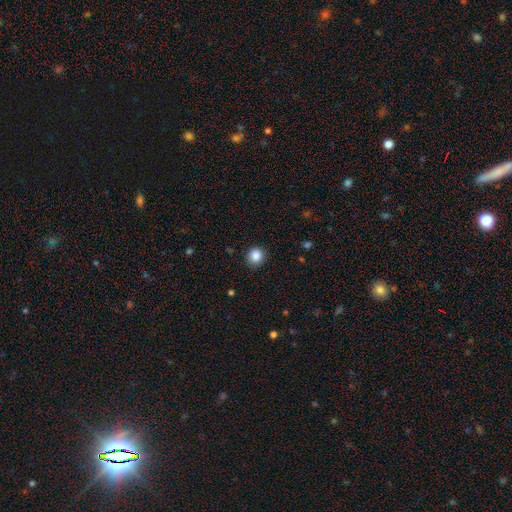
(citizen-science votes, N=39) A smooth galaxy with no disk features (85%) that is round (97%). Merging: none (91%).